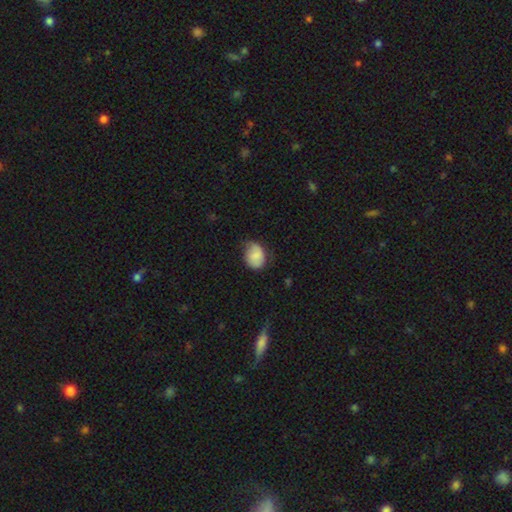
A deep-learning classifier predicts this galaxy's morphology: type=smooth (76%); roundness=in between (62%); merging=none (51%).